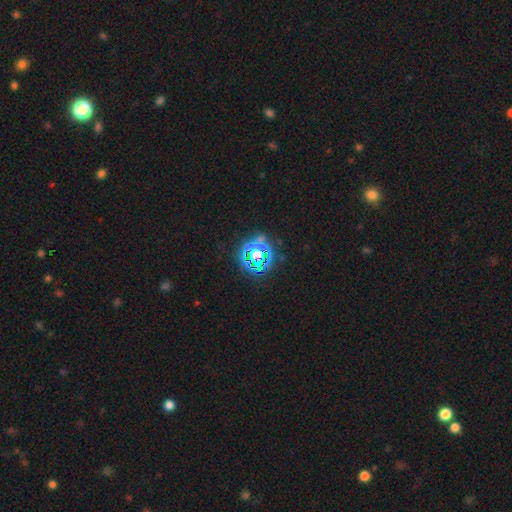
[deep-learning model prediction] star or artifact 63%, smooth 26%, featured or disk 11%.